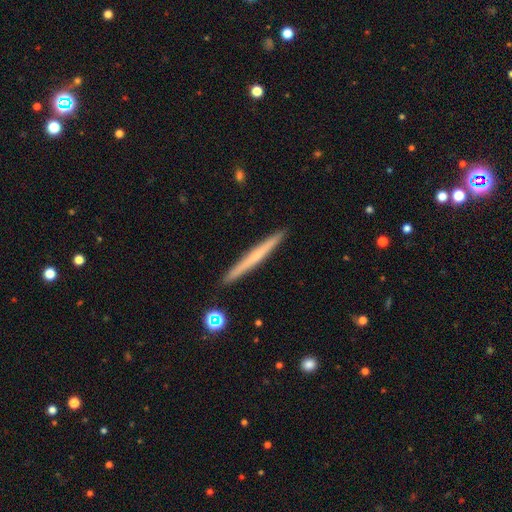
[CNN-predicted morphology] Smooth or featured? Predicted: featured or disk (p=0.53). Edge-on disk? Predicted: yes (p=0.97). Edge-on bulge? Predicted: none (p=0.66). Merging? Predicted: none (p=0.92).